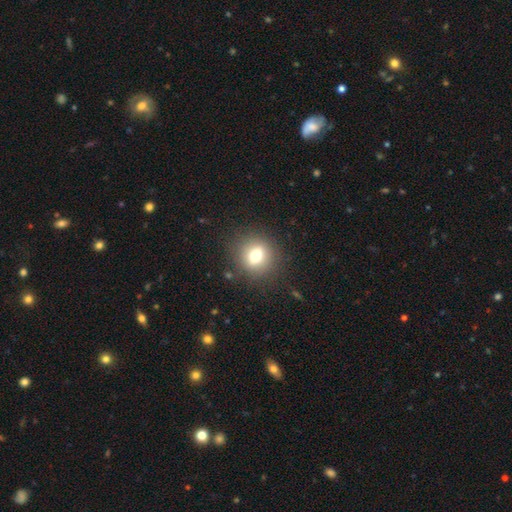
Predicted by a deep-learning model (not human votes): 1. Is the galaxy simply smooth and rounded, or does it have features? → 67% smooth, 20% featured or disk, 12% star or artifact.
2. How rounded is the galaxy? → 77% round, 21% in between, 2% cigar-shaped.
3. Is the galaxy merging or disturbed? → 86% none, 8% minor disturbance, 4% major disturbance, 2% merger.